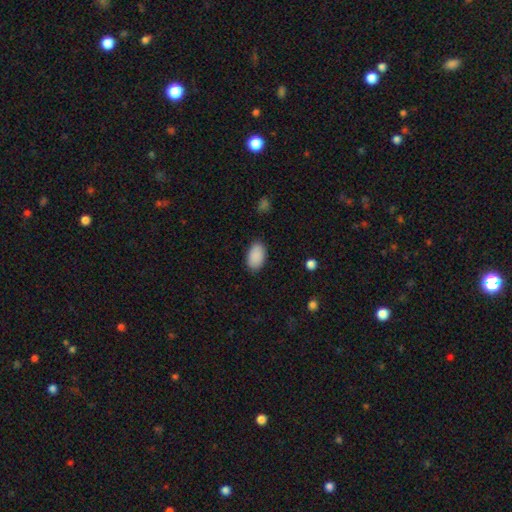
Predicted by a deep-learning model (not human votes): Q: Smooth or featured?
A: smooth (90%); runner-up: star or artifact (7%)
Q: How rounded?
A: in between (94%); runner-up: round (5%)
Q: Merging?
A: none (86%); runner-up: minor disturbance (10%)